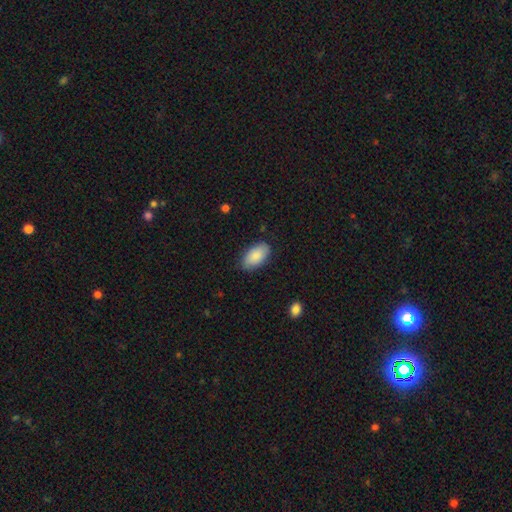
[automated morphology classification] A smooth galaxy with no disk features (86%) that is in between round and cigar-shaped (95%).

Vote fractions:
- Smooth or featured? smooth: 86% / featured or disk: 9% / star or artifact: 6%
- How rounded? in between: 95% / round: 3% / cigar-shaped: 2%
- Merging? none: 84% / minor disturbance: 13% / major disturbance: 3% / merger: 1%